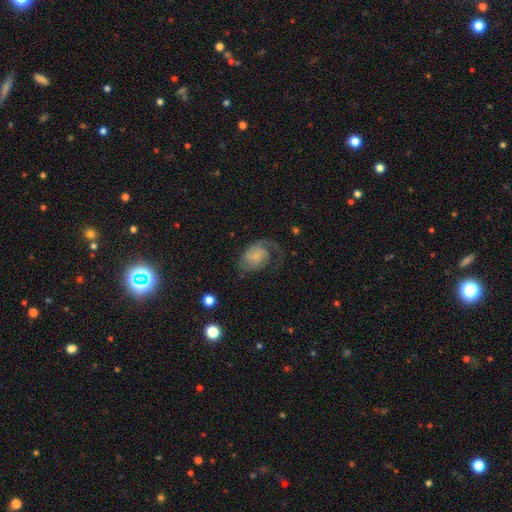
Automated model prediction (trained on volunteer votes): Q: Smooth or featured?
A: featured or disk (63%); runner-up: smooth (30%)
Q: Edge-on disk?
A: no (97%); runner-up: yes (3%)
Q: Bar?
A: no (66%); runner-up: weak (29%)
Q: Spiral arms?
A: yes (89%); runner-up: no (11%)
Q: Spiral winding?
A: medium (40%); runner-up: loose (32%)
Q: Spiral arm count?
A: 1 (45%); runner-up: 2 (41%)
Q: Bulge size?
A: small (60%); runner-up: moderate (18%)
Q: Merging?
A: none (44%); runner-up: major disturbance (31%)